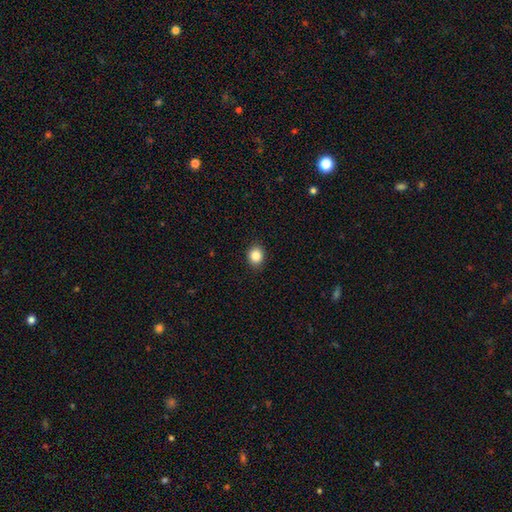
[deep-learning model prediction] smooth-or-featured: smooth: 85% | star or artifact: 10% | featured or disk: 5%
  how-rounded: round: 63% | in between: 36% | cigar-shaped: 1%
  merging: none: 90% | minor disturbance: 7% | major disturbance: 2% | merger: 1%